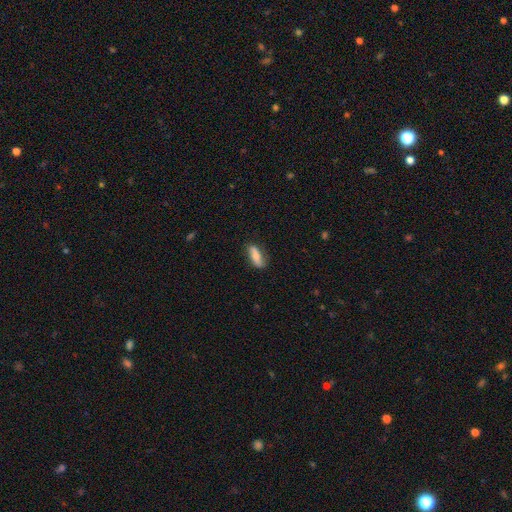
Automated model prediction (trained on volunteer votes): Smooth or featured: smooth — 61% (featured or disk — 32%)
How rounded: in between — 59% (cigar-shaped — 38%)
Merging: none — 78% (minor disturbance — 17%)